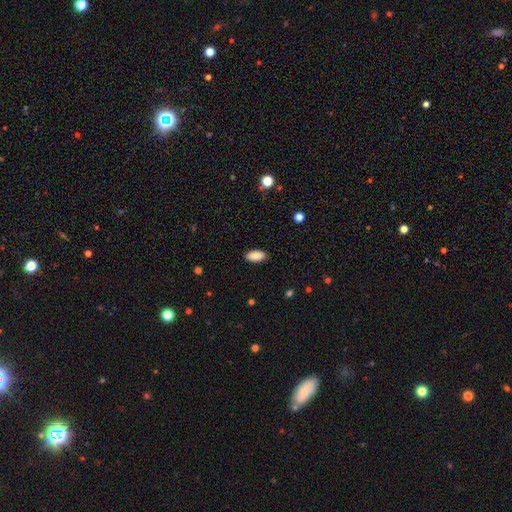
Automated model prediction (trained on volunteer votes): Smooth or featured? smooth (88%)
How rounded? in between (92%)
Merging? none (89%)